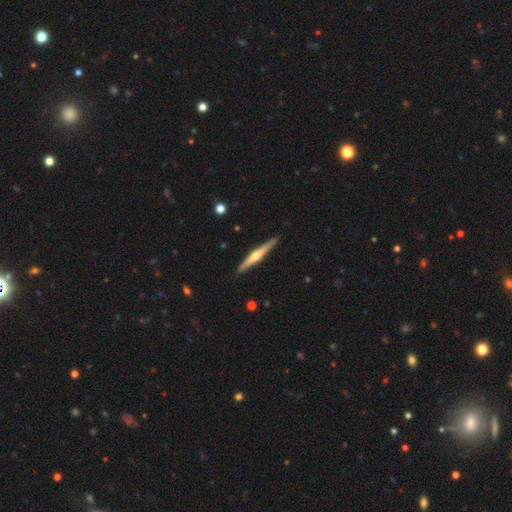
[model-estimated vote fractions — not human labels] Smooth or featured?
  - featured or disk: 72% *
  - smooth: 23%
  - star or artifact: 5%
Edge-on disk?
  - yes: 98% *
  - no: 2%
Edge-on bulge?
  - rounded: 85% *
  - none: 9%
  - boxy: 6%
Merging?
  - none: 90% *
  - minor disturbance: 7%
  - major disturbance: 1%
  - merger: 1%